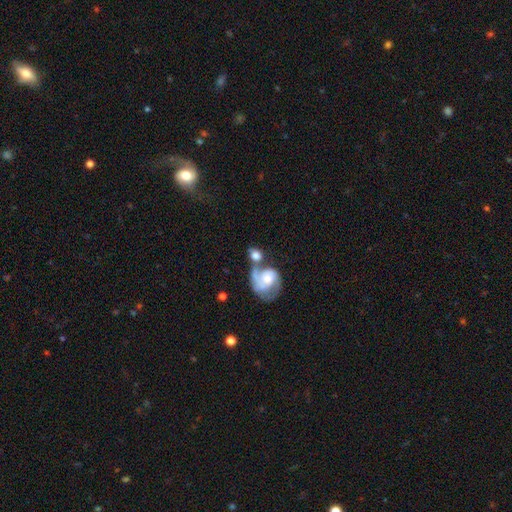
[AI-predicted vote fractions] Smooth or featured: featured or disk — 49% (smooth — 43%)
Merging: merger — 47% (none — 28%)